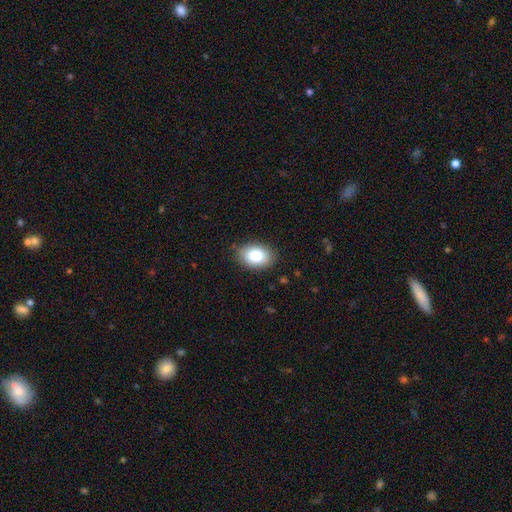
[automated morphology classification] A smooth galaxy with no disk features (85%) that is in between round and cigar-shaped (85%).

Vote fractions:
- Smooth or featured? smooth: 85% / featured or disk: 8% / star or artifact: 7%
- How rounded? in between: 85% / round: 13% / cigar-shaped: 1%
- Merging? none: 85% / minor disturbance: 12% / major disturbance: 3% / merger: 1%